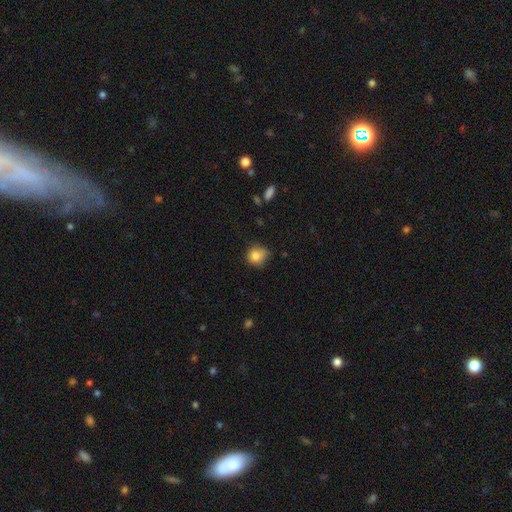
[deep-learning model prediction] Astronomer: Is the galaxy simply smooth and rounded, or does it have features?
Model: smooth — 81%.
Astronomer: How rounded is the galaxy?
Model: round — 84%.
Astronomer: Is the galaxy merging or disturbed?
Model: none — 61%.